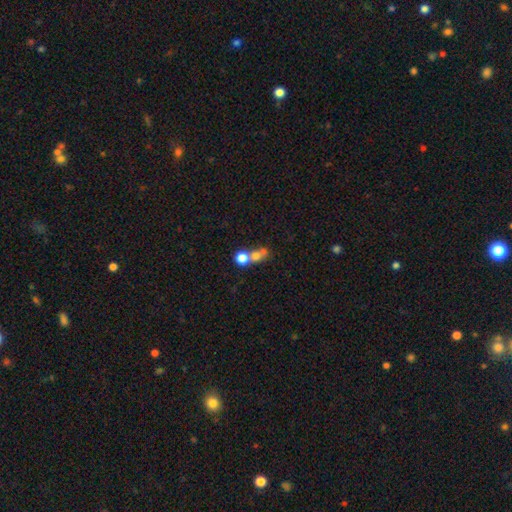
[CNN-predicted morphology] This appears to be a smooth galaxy with no disk features (67%) that is round (71%). Merging: merger (60%).